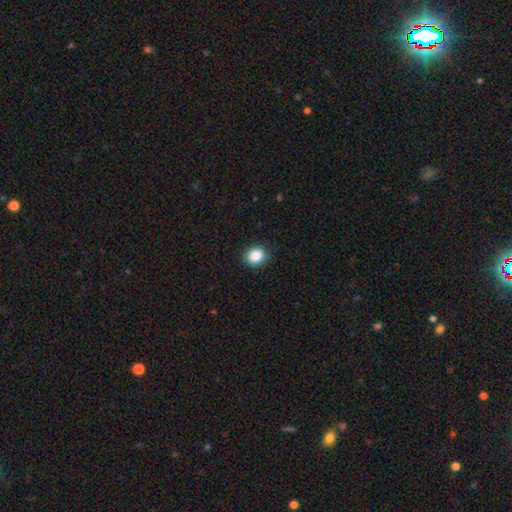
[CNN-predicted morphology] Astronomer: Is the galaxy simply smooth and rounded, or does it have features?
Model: smooth — 87%.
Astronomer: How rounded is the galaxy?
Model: round — 76%.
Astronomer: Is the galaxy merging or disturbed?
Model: none — 88%.